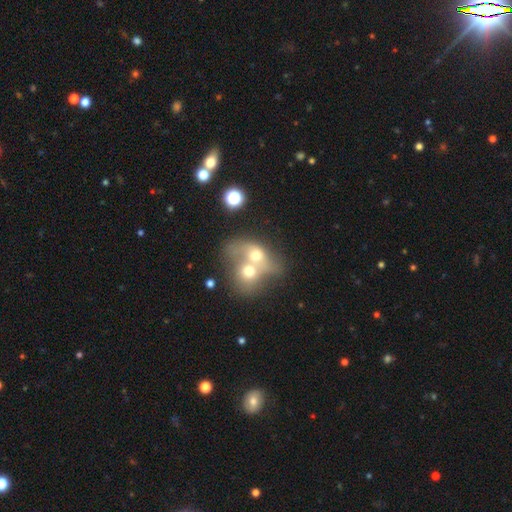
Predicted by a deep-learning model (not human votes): A smooth galaxy with no disk features (55%) that is round (53%). Merging: merger (81%).